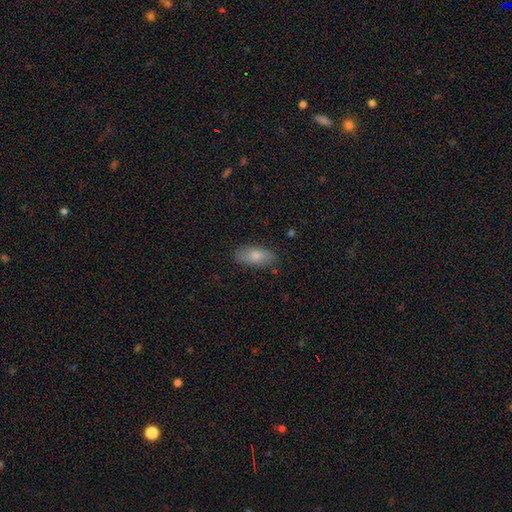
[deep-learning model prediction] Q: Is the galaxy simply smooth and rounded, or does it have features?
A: smooth — 80%.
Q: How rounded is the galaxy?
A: in between — 89%.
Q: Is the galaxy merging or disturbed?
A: none — 84%.